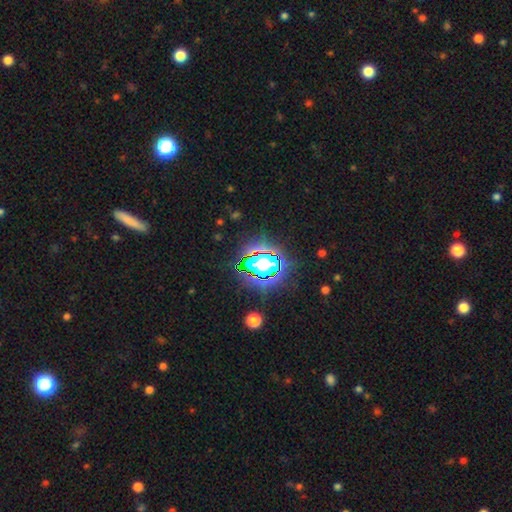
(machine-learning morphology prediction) The model was most divided on "smooth or featured": star or artifact: 71%, smooth: 17%, featured or disk: 12%.